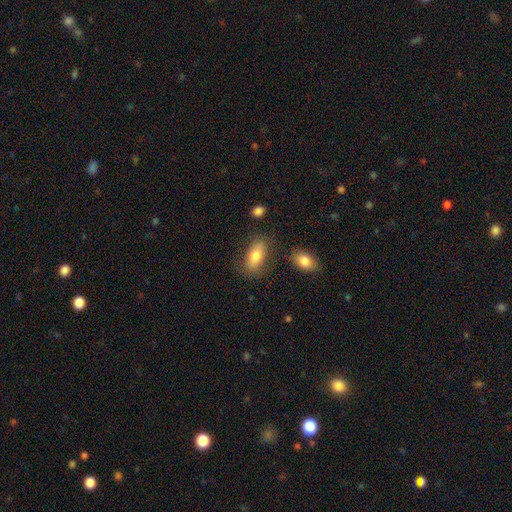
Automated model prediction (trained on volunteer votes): A smooth galaxy with no disk features (78%) that is in between round and cigar-shaped (88%). Merging: none (75%).